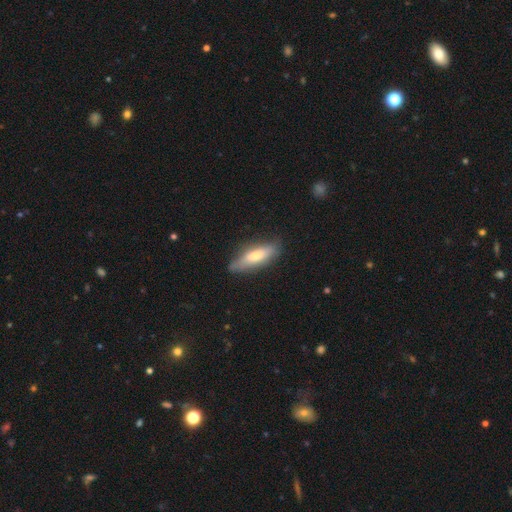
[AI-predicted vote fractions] A smooth galaxy with no disk features (63%) that is cigar-shaped (54%).

Vote fractions:
- Smooth or featured? smooth: 63% / featured or disk: 31% / star or artifact: 6%
- How rounded? cigar-shaped: 54% / in between: 44% / round: 2%
- Merging? none: 79% / minor disturbance: 17% / major disturbance: 3% / merger: 2%